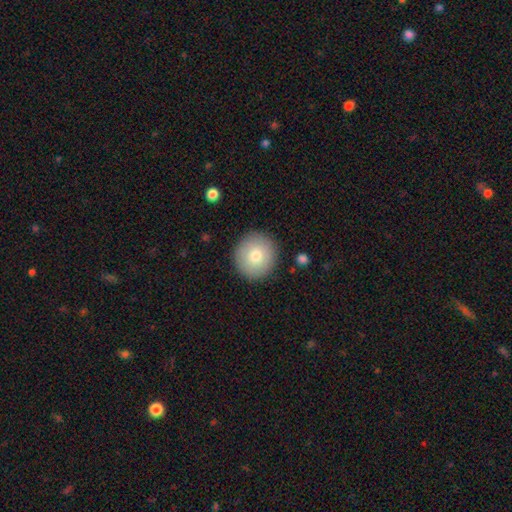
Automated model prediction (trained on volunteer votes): Smooth or featured? smooth (79%)
How rounded? round (93%)
Merging? none (90%)